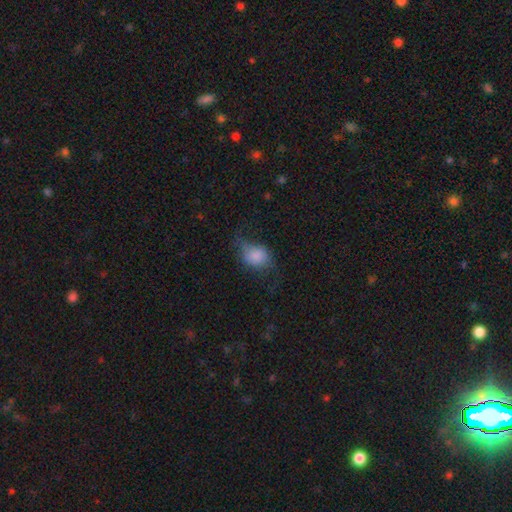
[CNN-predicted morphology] This is likely a smooth galaxy (70%). How rounded: possibly in between (58%). Merging: marginally none (38%).